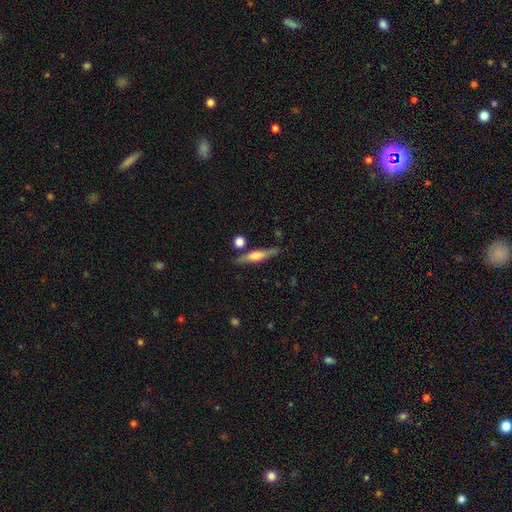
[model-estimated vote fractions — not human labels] This is possibly a featured or disk galaxy (54%). It is clearly viewed edge-on (94%). Edge-on bulge: clearly rounded (83%). Merging: likely none (80%).